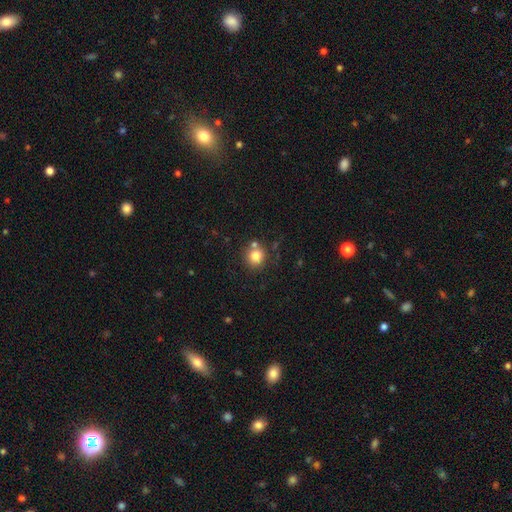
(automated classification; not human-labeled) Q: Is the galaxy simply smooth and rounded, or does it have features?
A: smooth — 81%.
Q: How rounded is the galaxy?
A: round — 88%.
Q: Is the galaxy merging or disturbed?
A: none — 70%.